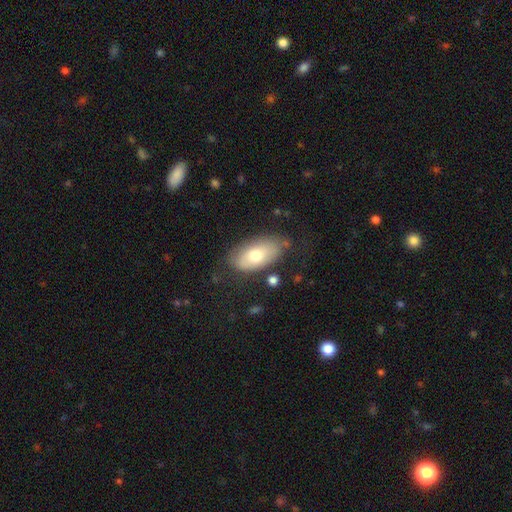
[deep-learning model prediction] smooth 69%, featured or disk 25%, star or artifact 7%. Down the decision tree: how rounded — in between (93%); merging — none (72%).